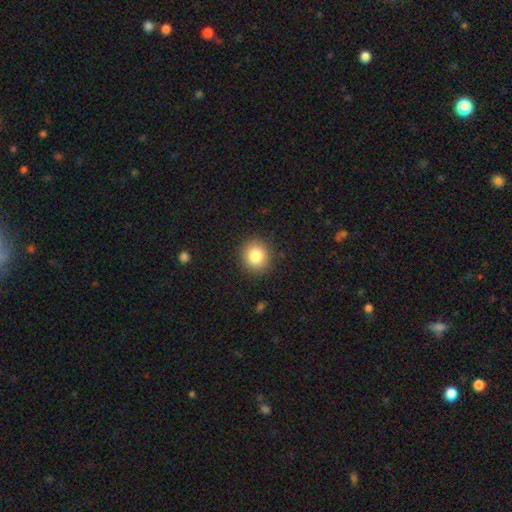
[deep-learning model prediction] Smooth or featured: smooth — 84% (star or artifact — 9%)
How rounded: round — 83% (in between — 16%)
Merging: none — 89% (minor disturbance — 7%)